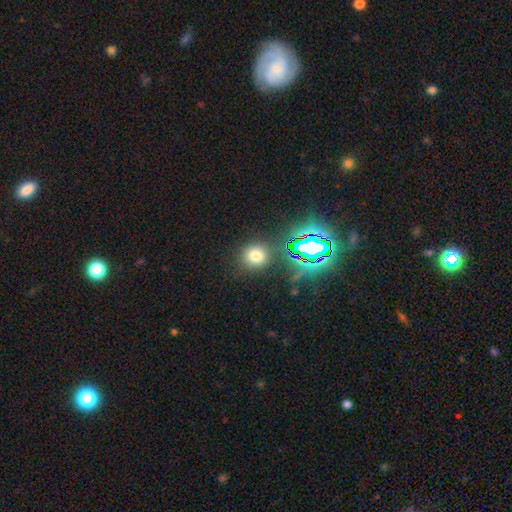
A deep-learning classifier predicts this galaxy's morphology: Smooth or featured? Predicted: smooth (p=0.68). How rounded? Predicted: round (p=0.83). Merging? Predicted: none (p=0.83).